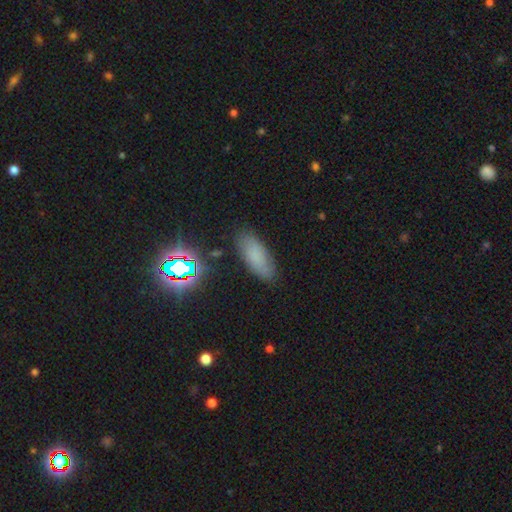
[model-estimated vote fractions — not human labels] smooth_or_featured: smooth (p=0.71) [alt: star or artifact p=0.17]
how_rounded: in between (p=0.80) [alt: cigar-shaped p=0.17]
merging: none (p=0.81) [alt: minor disturbance p=0.14]